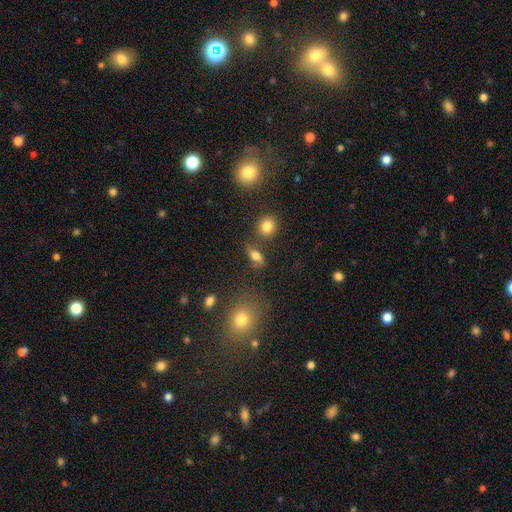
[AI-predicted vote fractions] smooth 74%, featured or disk 15%, star or artifact 11%. Down the decision tree: how rounded — in between (76%); merging — none (67%).